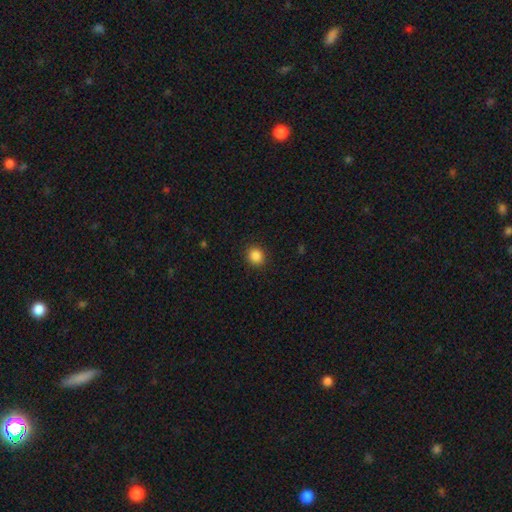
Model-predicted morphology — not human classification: Smooth or featured: smooth — 87% (star or artifact — 10%)
How rounded: round — 81% (in between — 18%)
Merging: none — 91% (minor disturbance — 6%)